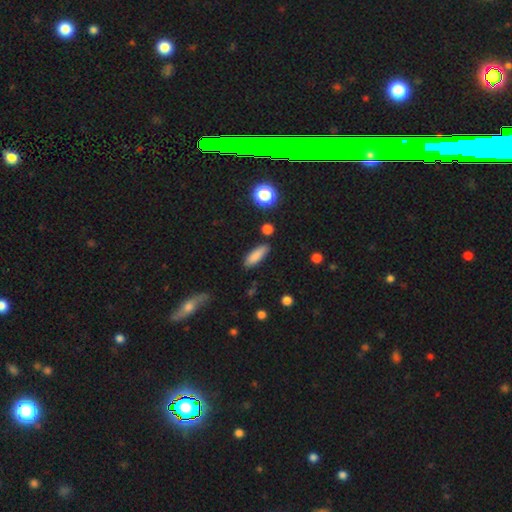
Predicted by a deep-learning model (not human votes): Q: Smooth or featured?
A: smooth (84%); runner-up: star or artifact (8%)
Q: How rounded?
A: in between (50%); runner-up: cigar-shaped (47%)
Q: Merging?
A: none (84%); runner-up: minor disturbance (11%)